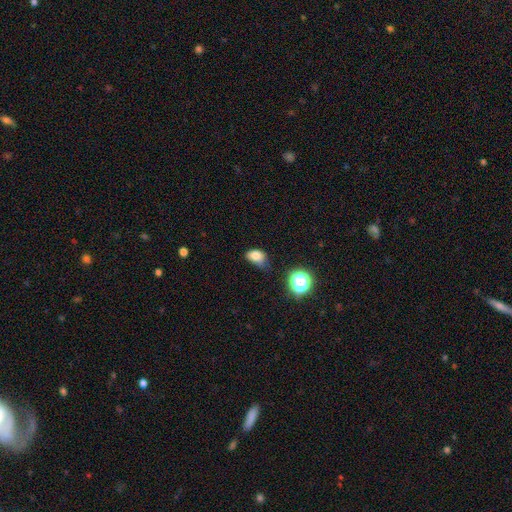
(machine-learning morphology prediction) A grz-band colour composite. It shows a smooth galaxy with no disk features (79%) that is in between round and cigar-shaped (75%). Merging: none (42%).